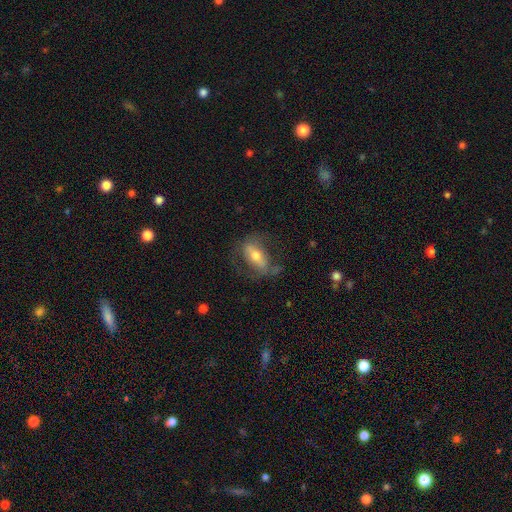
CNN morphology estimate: Smooth or featured: featured or disk — 52% (smooth — 40%)
Edge-on disk: no — 82% (yes — 18%)
Merging: none — 58% (minor disturbance — 21%)